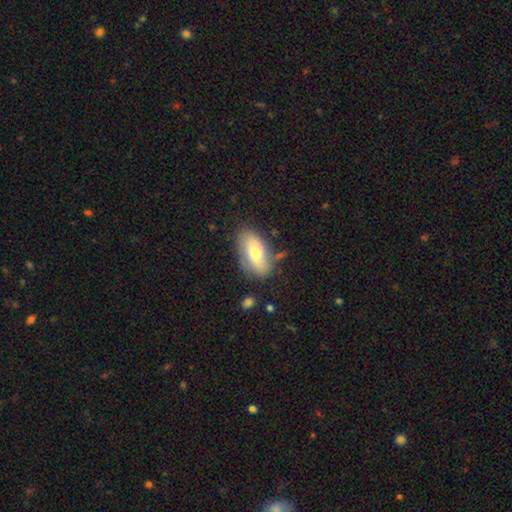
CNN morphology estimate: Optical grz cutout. It shows a smooth galaxy with no disk features (62%) that is in between round and cigar-shaped (91%). Merging: none (69%).